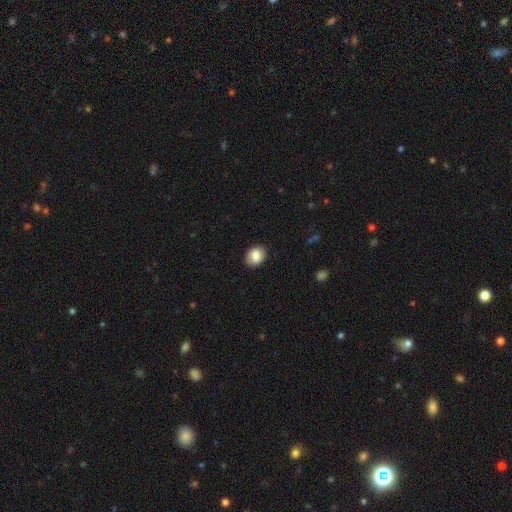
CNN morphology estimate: Smooth or featured: smooth — 85% (featured or disk — 8%)
How rounded: in between — 63% (round — 36%)
Merging: none — 86% (minor disturbance — 11%)